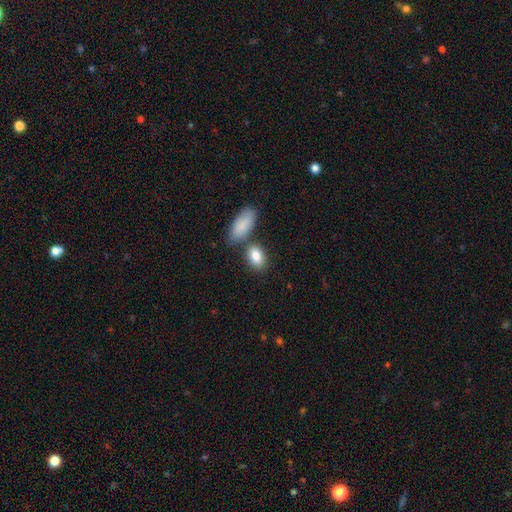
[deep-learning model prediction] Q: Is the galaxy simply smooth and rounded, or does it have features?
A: smooth — 85%.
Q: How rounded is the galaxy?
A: in between — 87%.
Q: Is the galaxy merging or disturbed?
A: none — 62%.